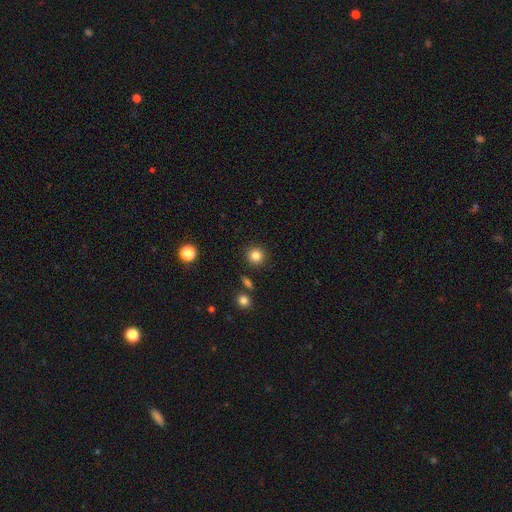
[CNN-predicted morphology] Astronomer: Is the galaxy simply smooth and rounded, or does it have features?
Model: smooth — 84%.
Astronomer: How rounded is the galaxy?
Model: round — 93%.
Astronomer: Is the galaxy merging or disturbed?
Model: none — 89%.